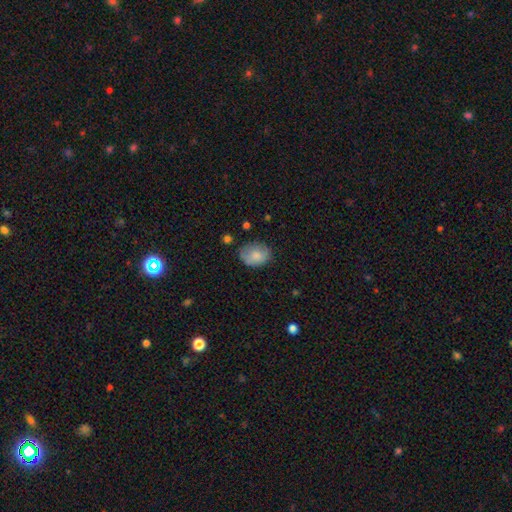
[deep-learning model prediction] A smooth galaxy with no disk features (79%) that is in between round and cigar-shaped (66%).

Vote fractions:
- Smooth or featured? smooth: 79% / featured or disk: 14% / star or artifact: 7%
- How rounded? in between: 66% / round: 33% / cigar-shaped: 1%
- Merging? none: 68% / minor disturbance: 24% / major disturbance: 6% / merger: 2%